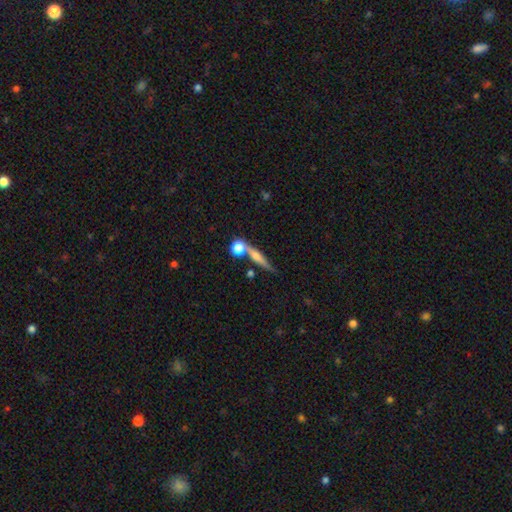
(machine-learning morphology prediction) Overall: featured or disk (45%, tied with smooth). Merging: none (64%).